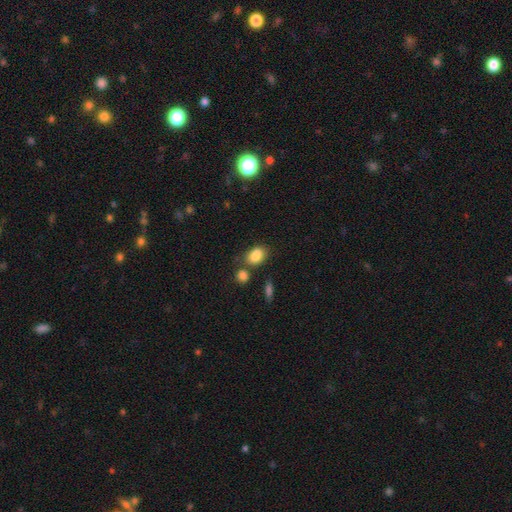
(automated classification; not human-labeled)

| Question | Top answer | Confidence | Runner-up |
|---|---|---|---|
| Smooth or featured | smooth | 85% | star or artifact (9%) |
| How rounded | in between | 79% | round (19%) |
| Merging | none | 61% | merger (18%) |